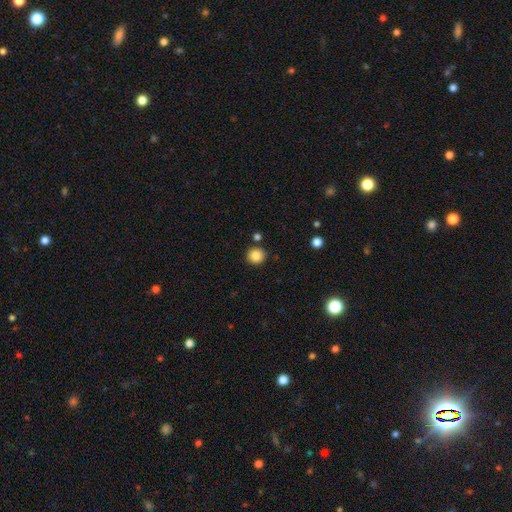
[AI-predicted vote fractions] Morphology: type=smooth (85%); roundness=round (91%); merging=none (87%).